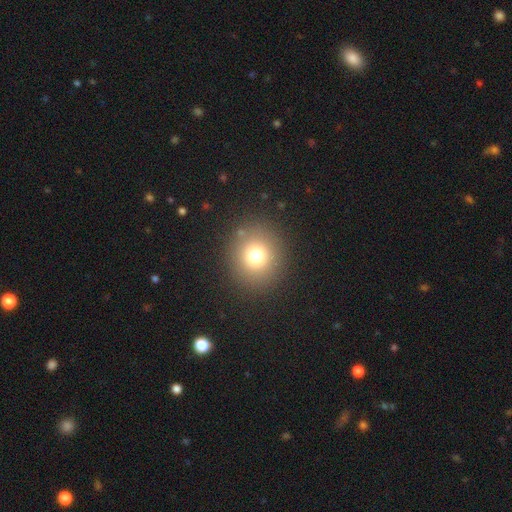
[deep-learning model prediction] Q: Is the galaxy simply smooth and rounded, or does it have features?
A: smooth — 74%.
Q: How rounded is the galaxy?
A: round — 89%.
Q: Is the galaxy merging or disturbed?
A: none — 88%.